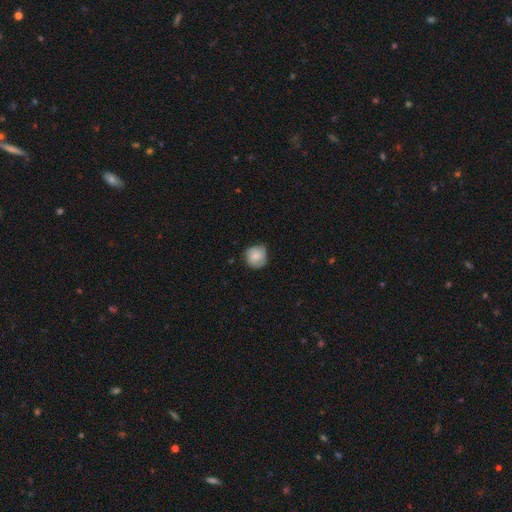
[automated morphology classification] Smooth or featured: smooth — 71% (featured or disk — 22%)
How rounded: round — 89% (in between — 10%)
Merging: none — 71% (minor disturbance — 24%)